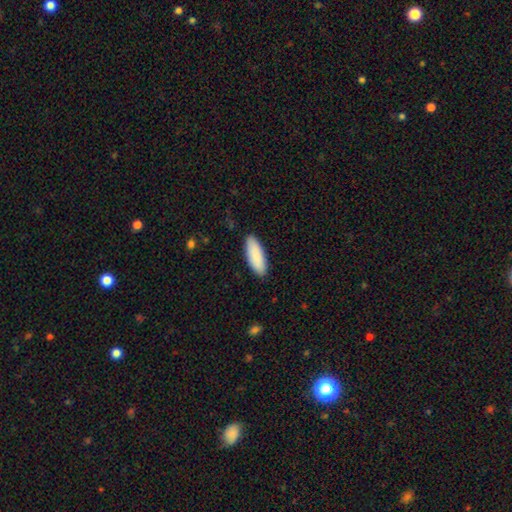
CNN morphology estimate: This is clearly a smooth galaxy (89%). How rounded: likely in between (71%). Merging: clearly none (89%).